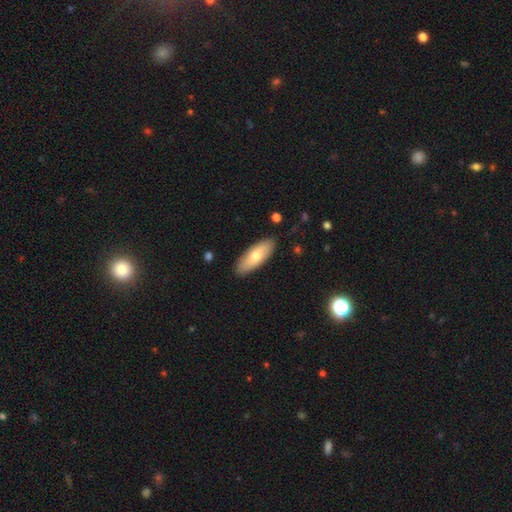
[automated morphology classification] Smooth or featured?
  - smooth: 70% *
  - featured or disk: 24%
  - star or artifact: 6%
How rounded?
  - in between: 72% *
  - cigar-shaped: 26%
  - round: 2%
Merging?
  - none: 88% *
  - minor disturbance: 9%
  - major disturbance: 2%
  - merger: 1%